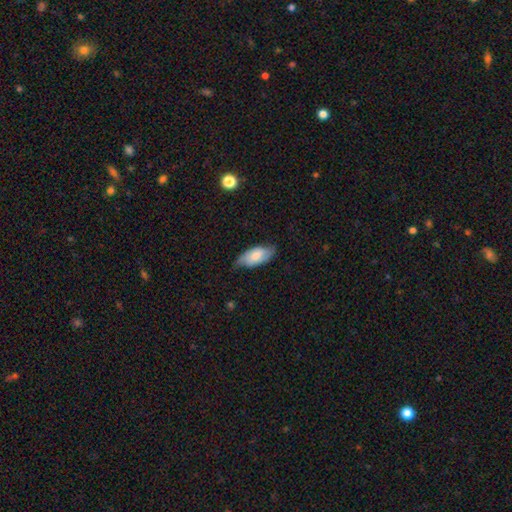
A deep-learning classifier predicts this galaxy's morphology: Overall: smooth (62%; featured or disk 32%). How rounded: in between (91%). Merging: none (67%).